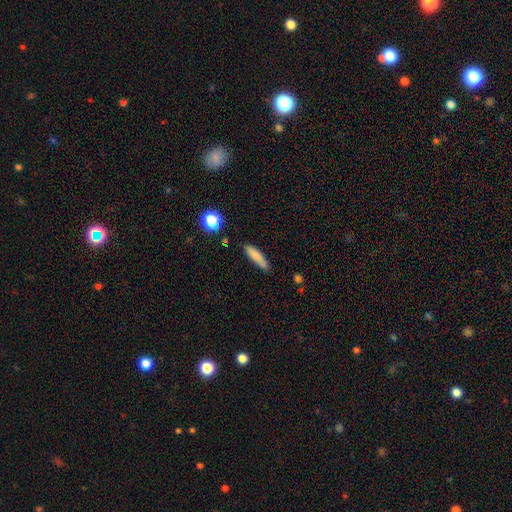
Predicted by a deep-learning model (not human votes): Smooth or featured? Predicted: smooth (p=0.82). How rounded? Predicted: cigar-shaped (p=0.76). Merging? Predicted: none (p=0.72).